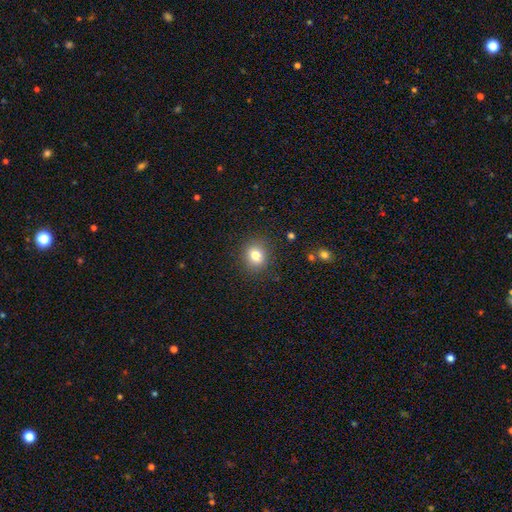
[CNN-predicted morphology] Smooth or featured: smooth — 81% (star or artifact — 11%)
How rounded: round — 63% (in between — 36%)
Merging: none — 87% (minor disturbance — 9%)